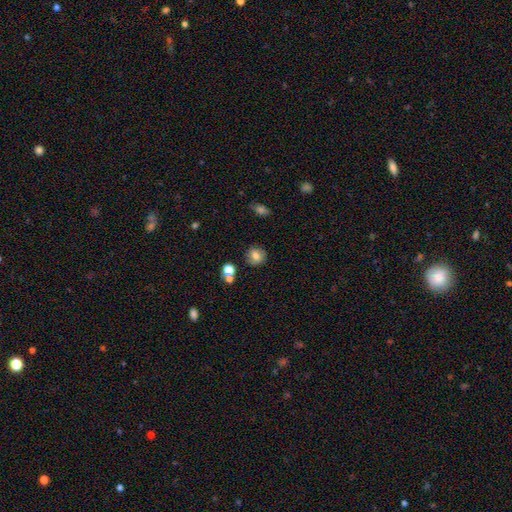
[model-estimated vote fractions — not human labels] Smooth or featured: smooth — 78% (star or artifact — 11%)
How rounded: round — 82% (in between — 17%)
Merging: none — 84% (minor disturbance — 9%)